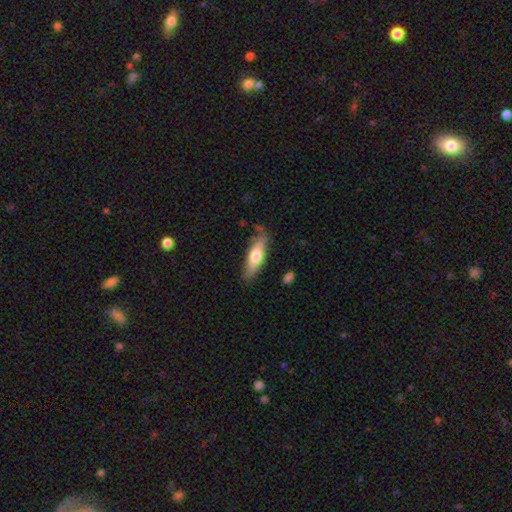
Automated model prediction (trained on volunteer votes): The model was most divided on "how rounded": cigar-shaped: 55%, in between: 43%, round: 2%. More confident: merging — none (76%); smooth or featured — smooth (62%).